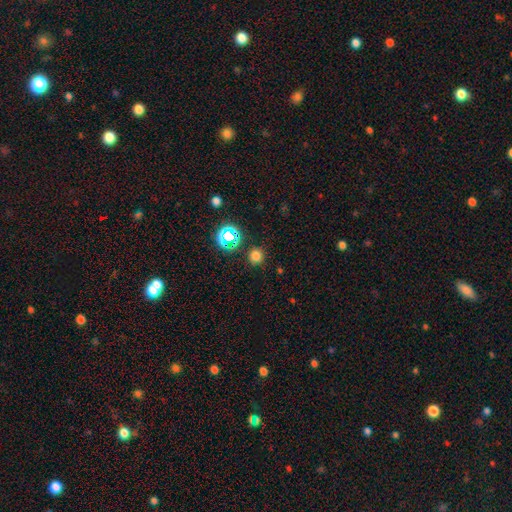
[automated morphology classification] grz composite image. It shows a smooth galaxy with no disk features (73%) that is round (92%). Merging: none (87%).